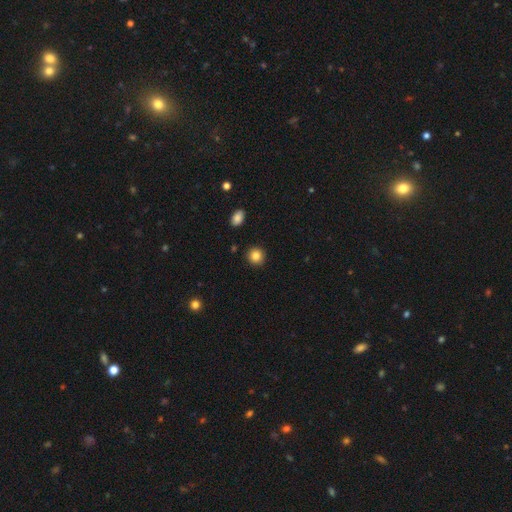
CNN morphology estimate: This appears to be a smooth galaxy with no disk features (85%) that is round (90%). Merging: none (90%).